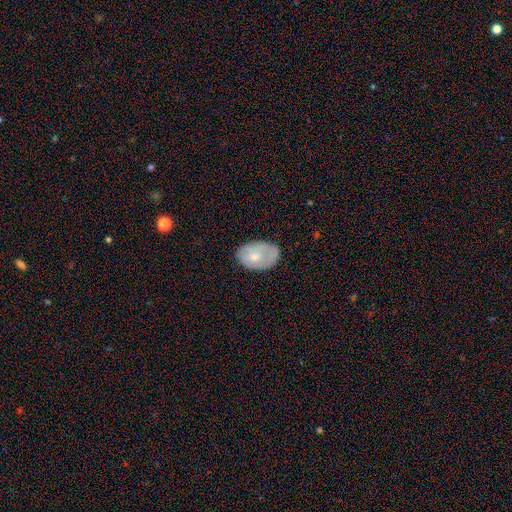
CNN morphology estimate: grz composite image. It shows a smooth galaxy with no disk features (65%) that is in between round and cigar-shaped (86%). Merging: none (61%).